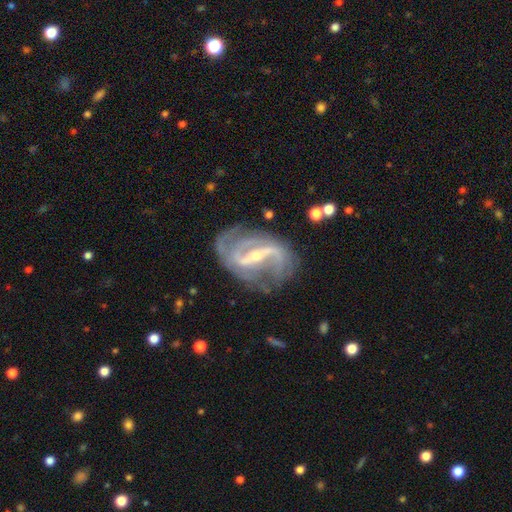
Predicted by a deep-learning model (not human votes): The model was most divided on "spiral winding": medium: 44%, loose: 38%, tight: 18%. More confident: edge-on disk — no (96%); spiral arms — yes (96%); smooth or featured — featured or disk (90%); spiral arm count — 2 (76%); bulge size — small (69%); merging — none (67%); bar — strong (63%).